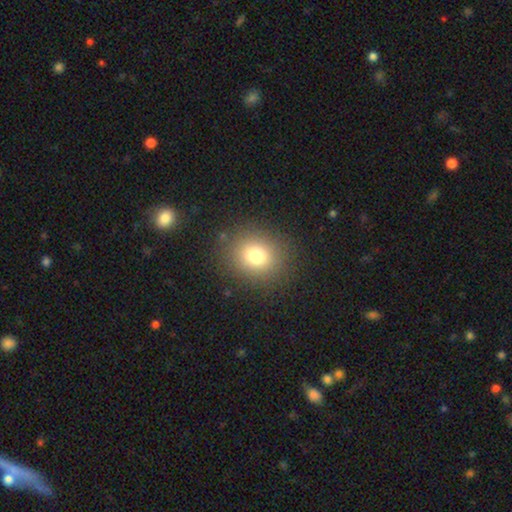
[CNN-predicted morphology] Overall: smooth (75%). How rounded: round (78%). Merging: none (87%).